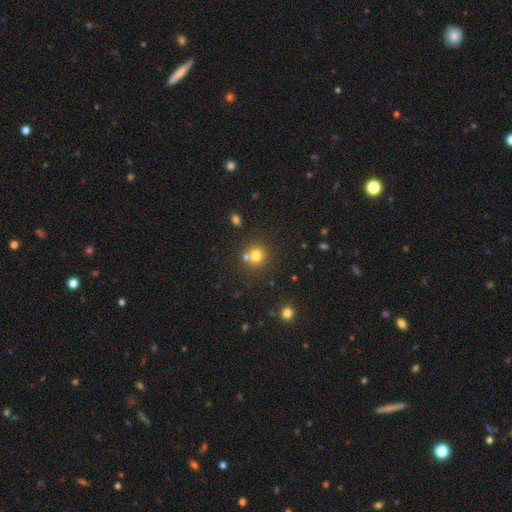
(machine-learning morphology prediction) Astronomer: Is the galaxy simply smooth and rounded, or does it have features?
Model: smooth — 76%.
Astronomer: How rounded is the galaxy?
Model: round — 88%.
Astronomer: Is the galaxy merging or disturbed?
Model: none — 64%.